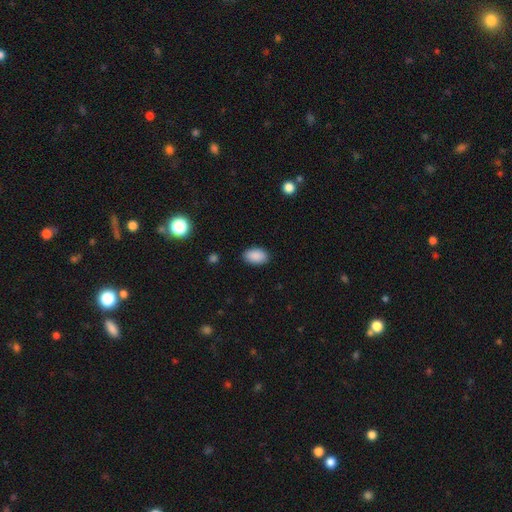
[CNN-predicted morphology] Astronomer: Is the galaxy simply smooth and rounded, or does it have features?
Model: smooth — 90%.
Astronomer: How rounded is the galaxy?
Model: in between — 92%.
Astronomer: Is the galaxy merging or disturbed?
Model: none — 88%.